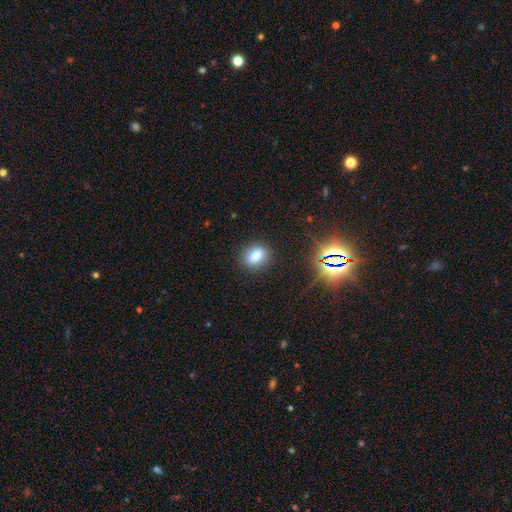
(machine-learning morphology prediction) This is likely a smooth galaxy (78%). How rounded: possibly in between (56%). Merging: clearly none (87%).